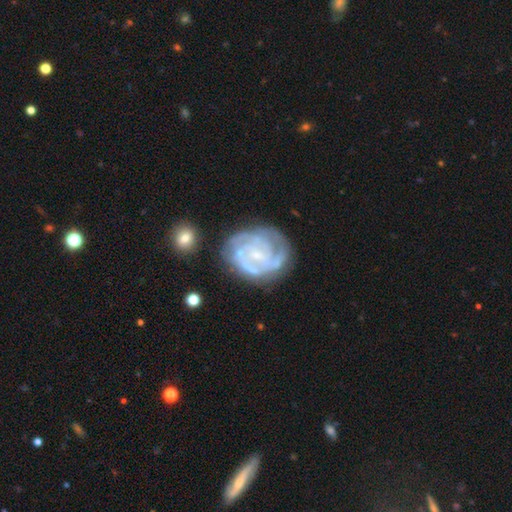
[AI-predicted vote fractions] This is clearly a featured or disk galaxy (83%). It is clearly not viewed edge-on (98%). Bar: possibly no (58%). Spiral arm pattern: clearly yes (90%). Spiral arm count: marginally can't tell (34%). Spiral winding: likely tight (64%). Central bulge: likely small (73%). Merging: likely none (64%).